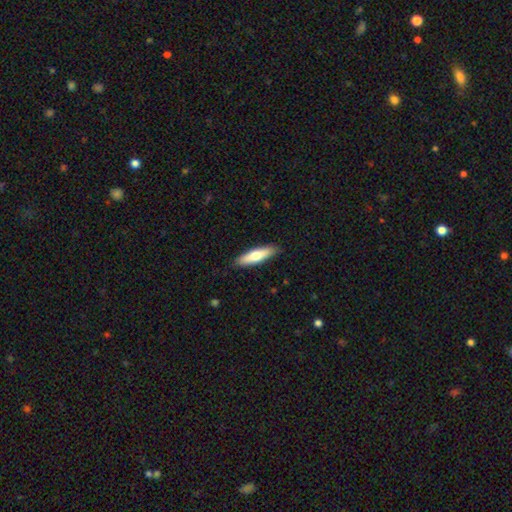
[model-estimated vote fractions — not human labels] Overall: smooth (65%; featured or disk 30%). How rounded: cigar-shaped (66%; in between 32%). Merging: none (89%).